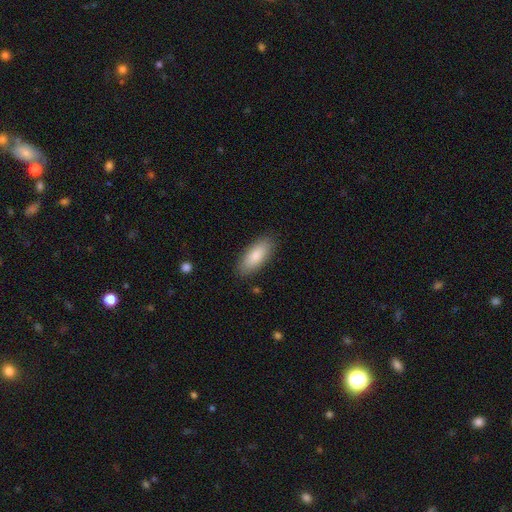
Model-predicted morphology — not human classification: type=smooth (84%); roundness=in between (81%); merging=none (87%).